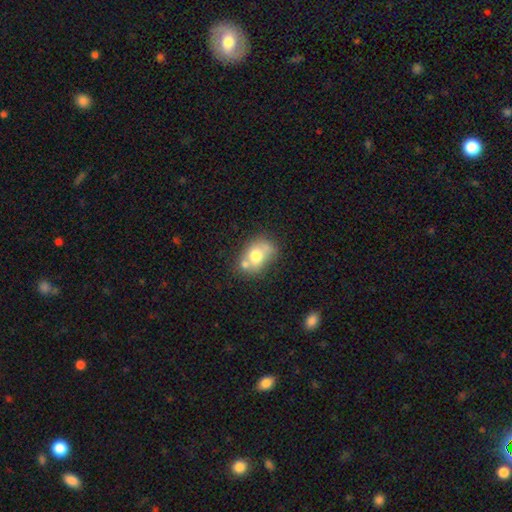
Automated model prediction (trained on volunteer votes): A smooth galaxy with no disk features (66%) that is in between round and cigar-shaped (66%).

Vote fractions:
- Smooth or featured? smooth: 66% / featured or disk: 25% / star or artifact: 9%
- How rounded? in between: 66% / round: 32% / cigar-shaped: 1%
- Merging? none: 38% / merger: 37% / minor disturbance: 18% / major disturbance: 7%